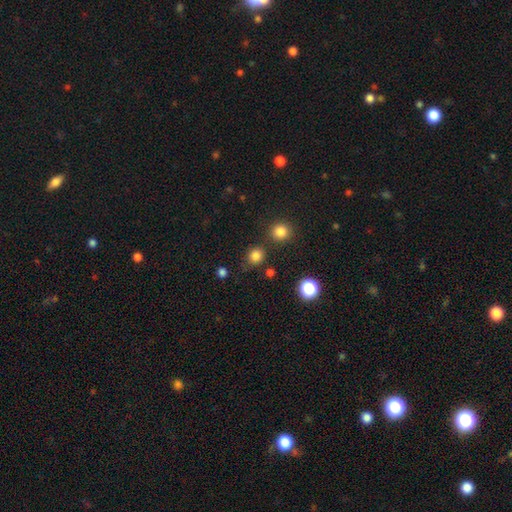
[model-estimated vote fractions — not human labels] A smooth galaxy with no disk features (81%) that is round (82%).

Vote fractions:
- Smooth or featured? smooth: 81% / star or artifact: 15% / featured or disk: 4%
- How rounded? round: 82% / in between: 17% / cigar-shaped: 1%
- Merging? none: 79% / minor disturbance: 11% / merger: 6% / major disturbance: 4%